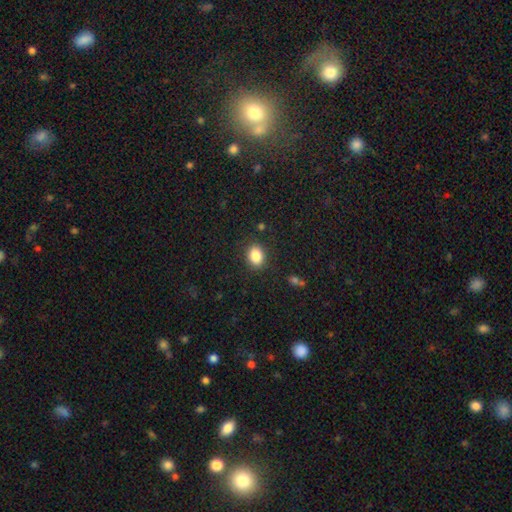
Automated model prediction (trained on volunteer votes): Smooth or featured: smooth — 85% (star or artifact — 9%)
How rounded: in between — 62% (round — 37%)
Merging: none — 87% (minor disturbance — 9%)